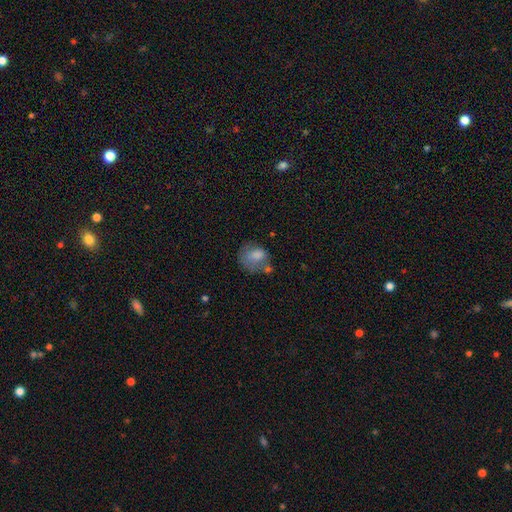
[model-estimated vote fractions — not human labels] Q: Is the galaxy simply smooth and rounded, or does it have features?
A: smooth — 72%.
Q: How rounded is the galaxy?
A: in between — 52%.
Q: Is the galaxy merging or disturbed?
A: none — 39%.